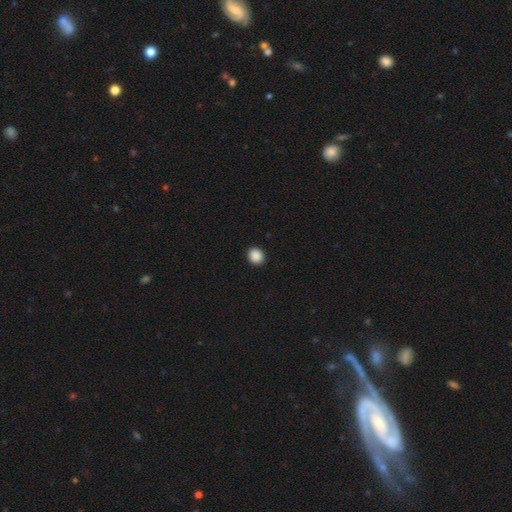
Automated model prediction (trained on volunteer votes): A smooth galaxy with no disk features (89%) that is round (84%). Merging: none (93%).